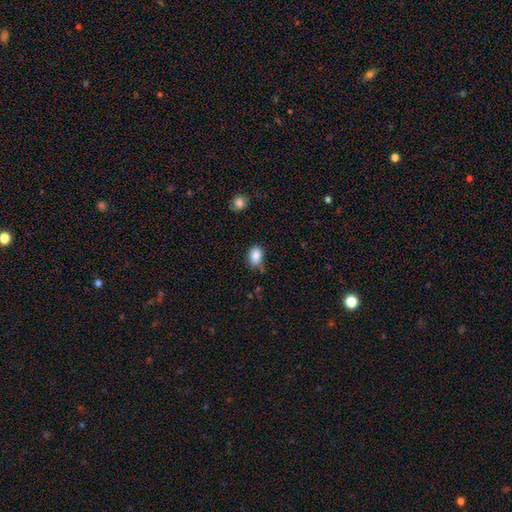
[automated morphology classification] Smooth or featured? smooth (86%)
How rounded? in between (74%)
Merging? none (69%)